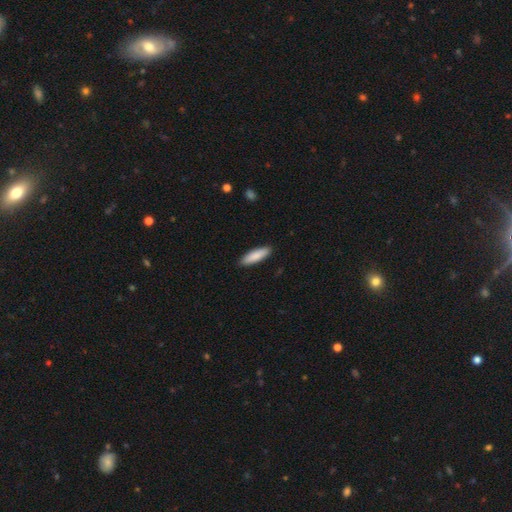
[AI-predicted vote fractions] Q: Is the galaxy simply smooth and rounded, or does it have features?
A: smooth — 87%.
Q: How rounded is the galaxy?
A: cigar-shaped — 60%.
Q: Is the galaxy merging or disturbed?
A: none — 90%.